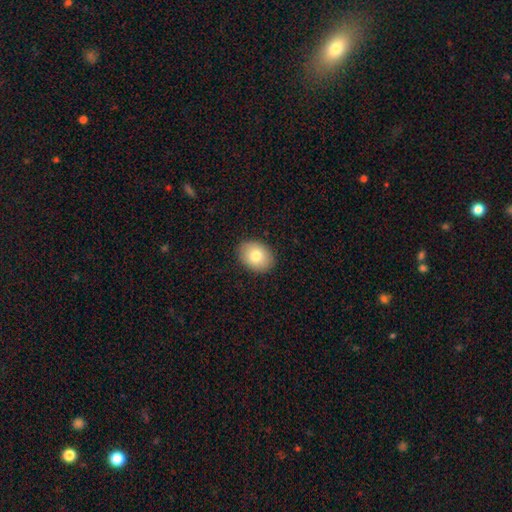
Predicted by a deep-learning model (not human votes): Smooth or featured? smooth (80%)
How rounded? in between (66%)
Merging? none (89%)